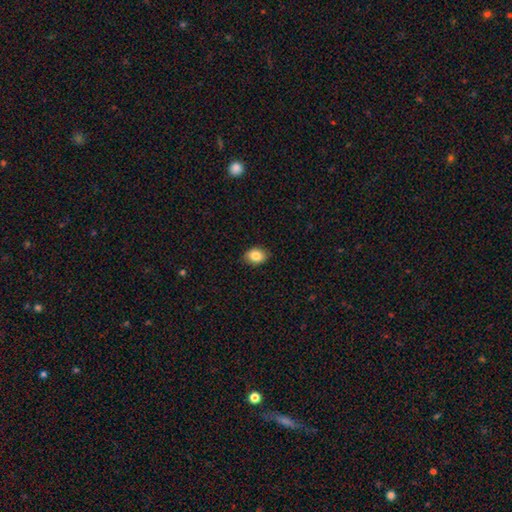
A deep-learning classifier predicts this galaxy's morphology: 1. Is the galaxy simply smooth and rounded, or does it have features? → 85% smooth, 9% star or artifact, 6% featured or disk.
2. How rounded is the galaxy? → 69% in between, 30% round, 1% cigar-shaped.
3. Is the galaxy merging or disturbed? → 87% none, 10% minor disturbance, 2% major disturbance, 1% merger.